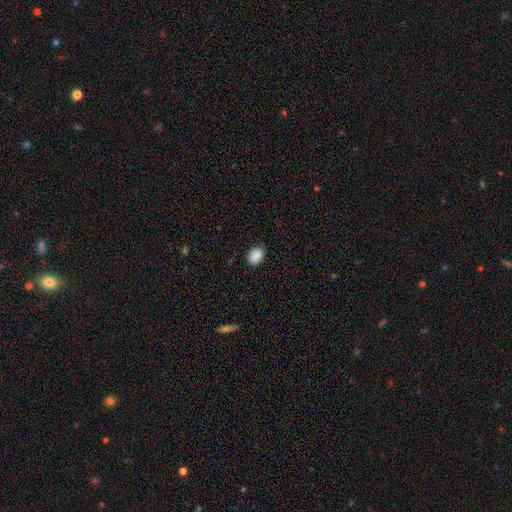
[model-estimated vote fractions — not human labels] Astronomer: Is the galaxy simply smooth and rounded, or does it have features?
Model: smooth — 89%.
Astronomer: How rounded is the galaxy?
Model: in between — 68%.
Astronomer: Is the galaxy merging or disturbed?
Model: none — 87%.